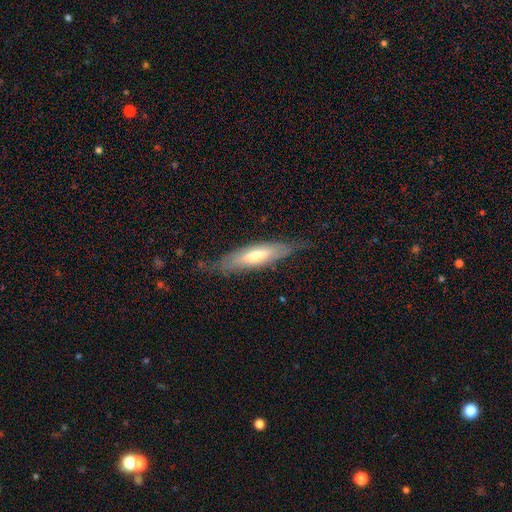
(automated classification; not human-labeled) A featured or disk galaxy (47%, tied with smooth). Merging: none (72%).